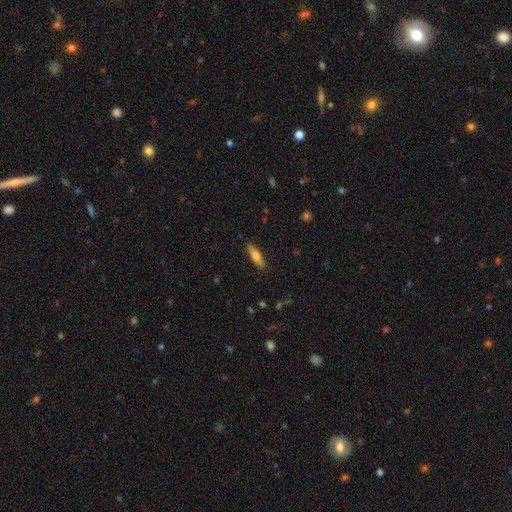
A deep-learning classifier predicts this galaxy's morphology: Q: Smooth or featured?
A: smooth (65%); runner-up: featured or disk (29%)
Q: How rounded?
A: cigar-shaped (65%); runner-up: in between (33%)
Q: Merging?
A: none (88%); runner-up: minor disturbance (9%)